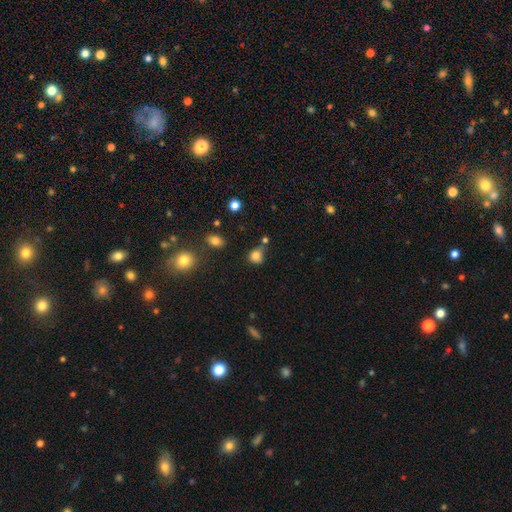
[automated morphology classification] smooth-or-featured: smooth: 82% | star or artifact: 12% | featured or disk: 6%
  how-rounded: round: 73% | in between: 26% | cigar-shaped: 1%
  merging: none: 59% | minor disturbance: 21% | merger: 13% | major disturbance: 7%